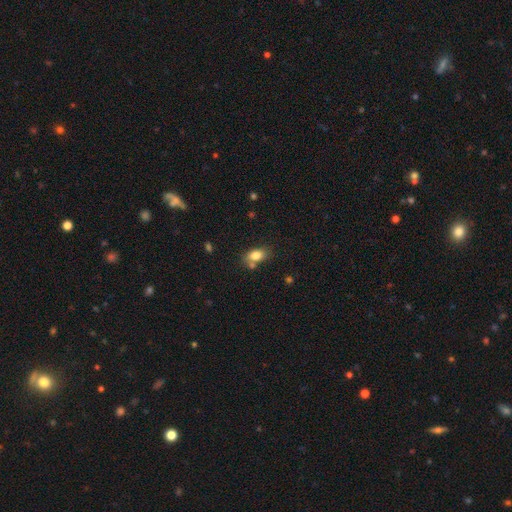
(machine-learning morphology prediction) smooth-or-featured: smooth: 81% | featured or disk: 9% | star or artifact: 9%
  how-rounded: in between: 84% | round: 14% | cigar-shaped: 2%
  merging: none: 62% | merger: 17% | minor disturbance: 17% | major disturbance: 5%